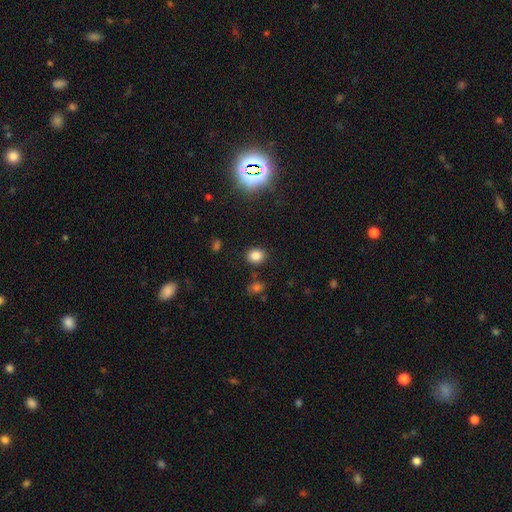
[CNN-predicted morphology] smooth-or-featured: smooth: 82% | star or artifact: 13% | featured or disk: 5%
  how-rounded: round: 62% | in between: 37% | cigar-shaped: 1%
  merging: none: 85% | minor disturbance: 9% | merger: 3% | major disturbance: 3%